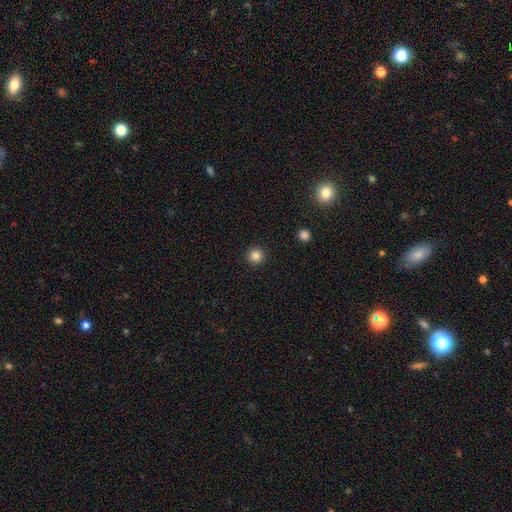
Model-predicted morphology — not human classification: The model was most divided on "smooth or featured": smooth: 84%, star or artifact: 12%, featured or disk: 4%. More confident: how rounded — round (95%); merging — none (93%).